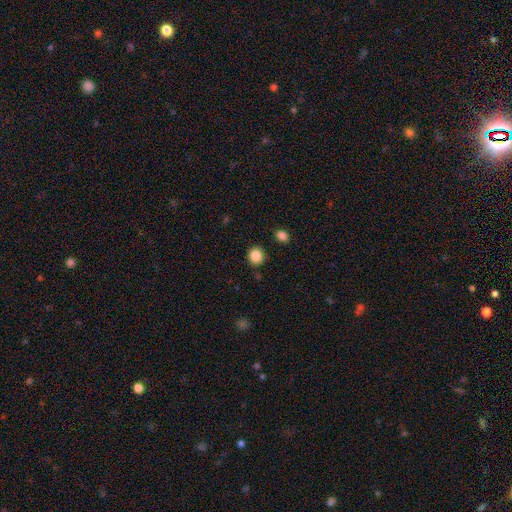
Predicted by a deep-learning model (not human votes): This appears to be a smooth galaxy with no disk features (87%) that is round (83%). Merging: none (87%).